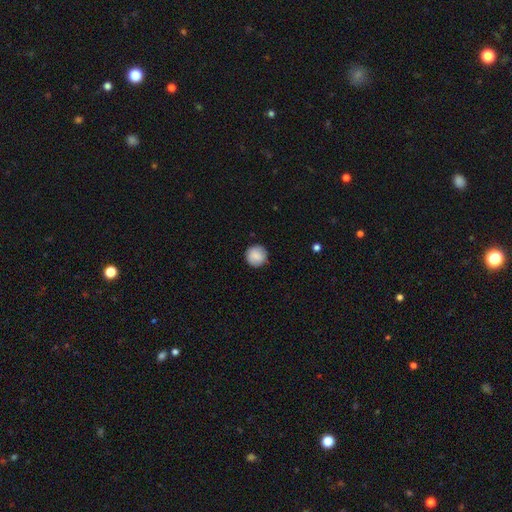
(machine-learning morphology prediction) A smooth galaxy with no disk features (88%) that is round (95%).

Vote fractions:
- Smooth or featured? smooth: 88% / star or artifact: 7% / featured or disk: 5%
- How rounded? round: 95% / in between: 4% / cigar-shaped: 1%
- Merging? none: 90% / minor disturbance: 7% / major disturbance: 2% / merger: 1%